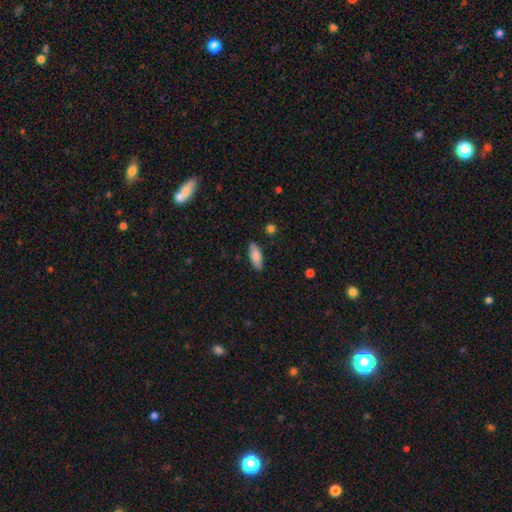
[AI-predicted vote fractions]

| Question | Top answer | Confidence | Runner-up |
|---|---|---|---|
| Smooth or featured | smooth | 83% | featured or disk (11%) |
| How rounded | in between | 68% | cigar-shaped (31%) |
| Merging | none | 85% | minor disturbance (11%) |